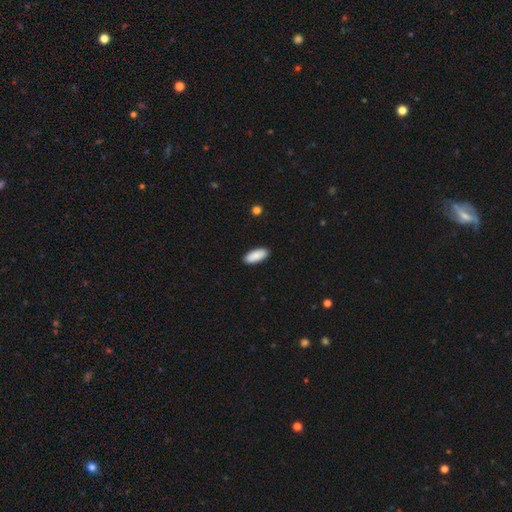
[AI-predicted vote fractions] Morphology: type=smooth (91%); roundness=in between (84%); merging=none (91%).